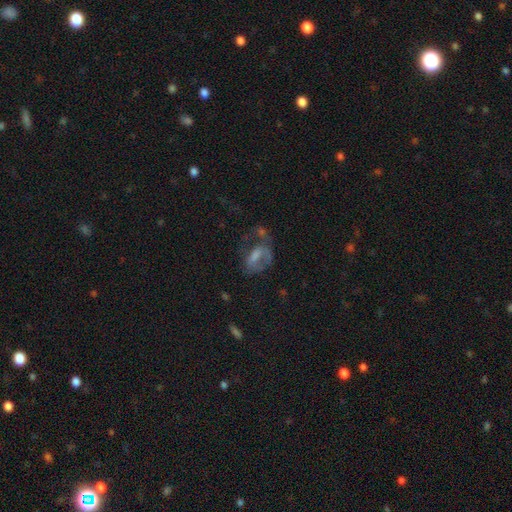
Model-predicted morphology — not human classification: A featured or disk galaxy (45%).

Vote fractions:
- Smooth or featured? featured or disk: 45% / smooth: 41% / star or artifact: 14%
- Merging? major disturbance: 43% / none: 28% / minor disturbance: 18% / merger: 10%